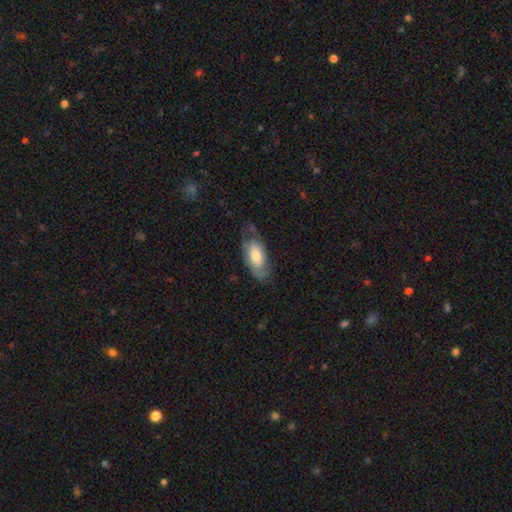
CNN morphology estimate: The model was most divided on "merging": none: 57%, minor disturbance: 29%, major disturbance: 13%, merger: 2%. More confident: how rounded — in between (89%); smooth or featured — smooth (64%).